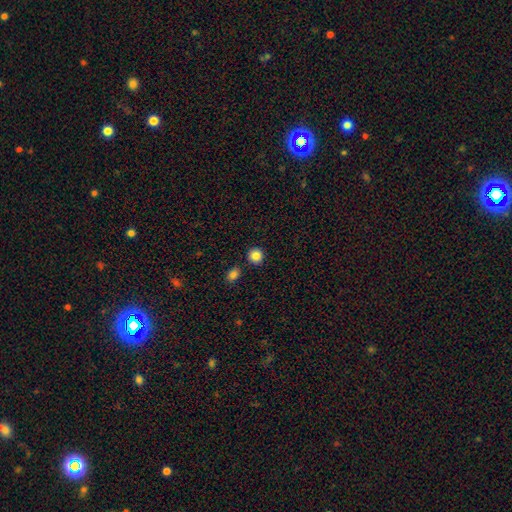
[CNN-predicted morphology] Smooth or featured? Predicted: smooth (p=0.86). How rounded? Predicted: round (p=0.92). Merging? Predicted: none (p=0.88).